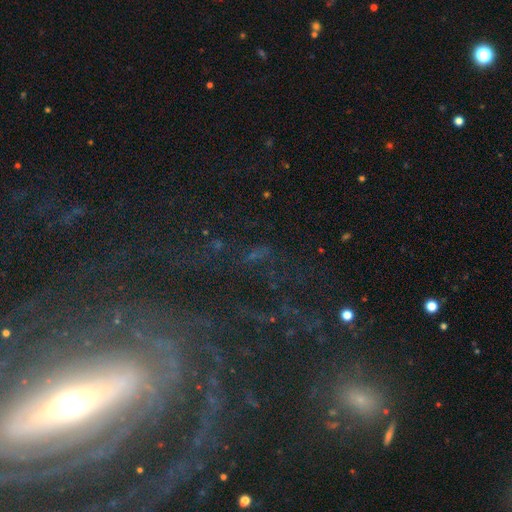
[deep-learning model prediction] smooth-or-featured: star or artifact: 47% | featured or disk: 37% | smooth: 16%